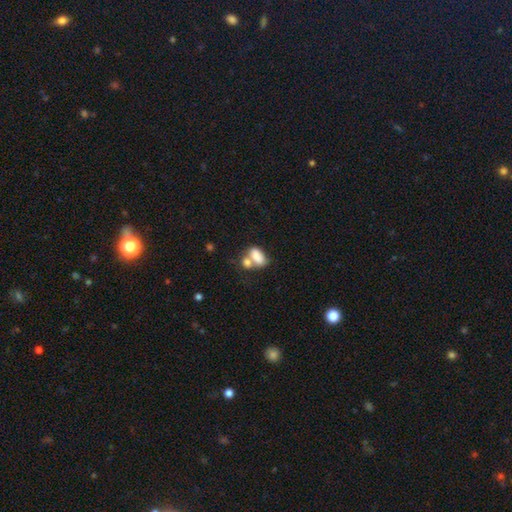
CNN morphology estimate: smooth_or_featured: smooth (p=0.76) [alt: featured or disk p=0.15]
how_rounded: in between (p=0.88) [alt: round p=0.10]
merging: merger (p=0.59) [alt: none p=0.25]